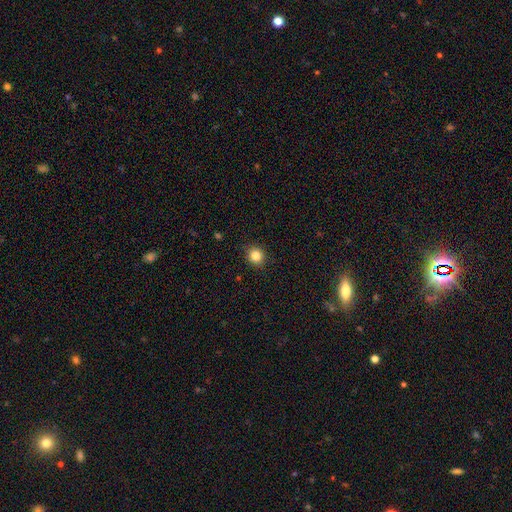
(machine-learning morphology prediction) A smooth galaxy with no disk features (84%) that is round (88%). Merging: none (91%).